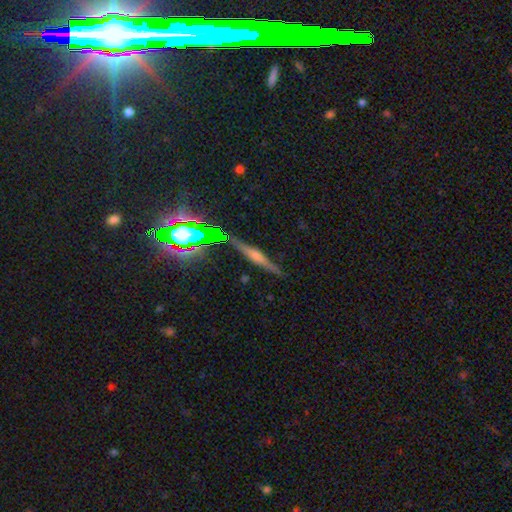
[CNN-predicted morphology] featured or disk 63%, smooth 21%, star or artifact 16%. Down the decision tree: edge-on disk — yes (96%); edge-on bulge — rounded (72%); merging — none (85%).